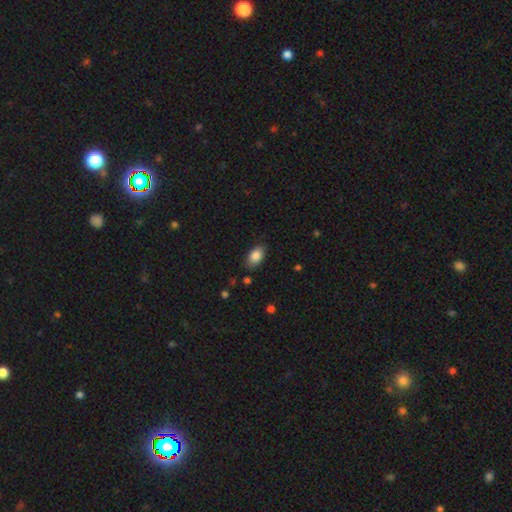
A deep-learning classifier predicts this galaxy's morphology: This is clearly a smooth galaxy (85%). How rounded: clearly in between (89%). Merging: clearly none (81%).